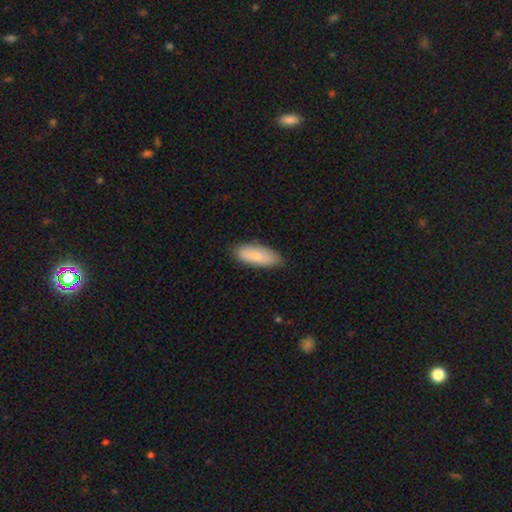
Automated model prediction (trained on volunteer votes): This appears to be a smooth galaxy with no disk features (81%) that is in between round and cigar-shaped (74%). Merging: none (83%).